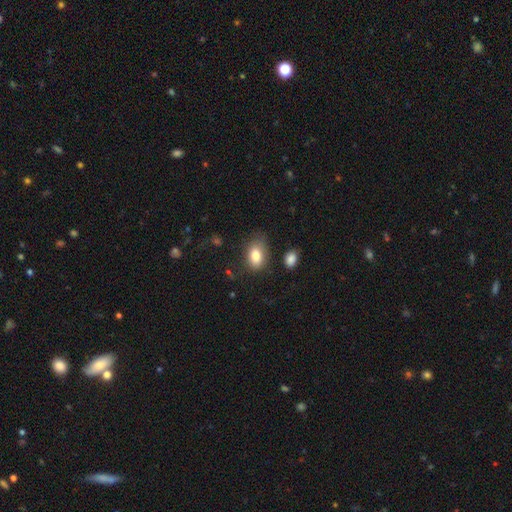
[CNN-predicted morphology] Smooth or featured?
  - smooth: 82% *
  - featured or disk: 10%
  - star or artifact: 8%
How rounded?
  - in between: 87% *
  - round: 11%
  - cigar-shaped: 2%
Merging?
  - none: 66% *
  - minor disturbance: 23%
  - major disturbance: 8%
  - merger: 4%